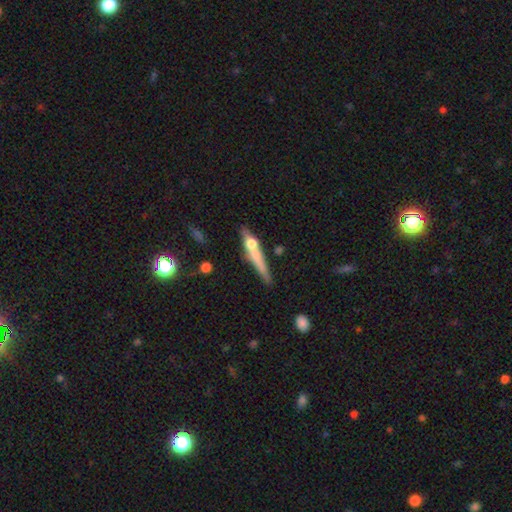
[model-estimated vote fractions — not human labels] featured or disk 47%, smooth 45%, star or artifact 8%. Down the decision tree: merging — none (54%).